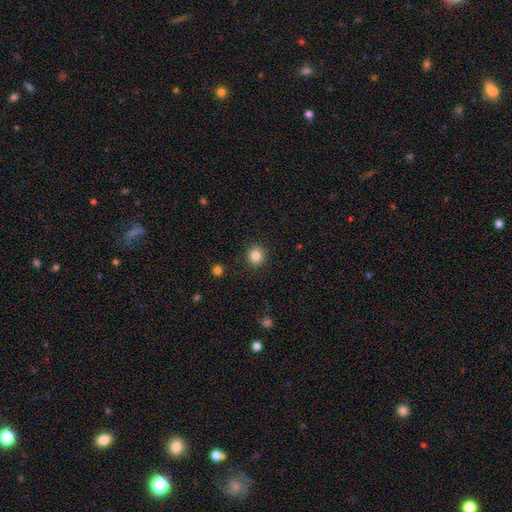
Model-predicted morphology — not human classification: This appears to be a smooth galaxy with no disk features (84%) that is round (90%). Merging: none (91%).